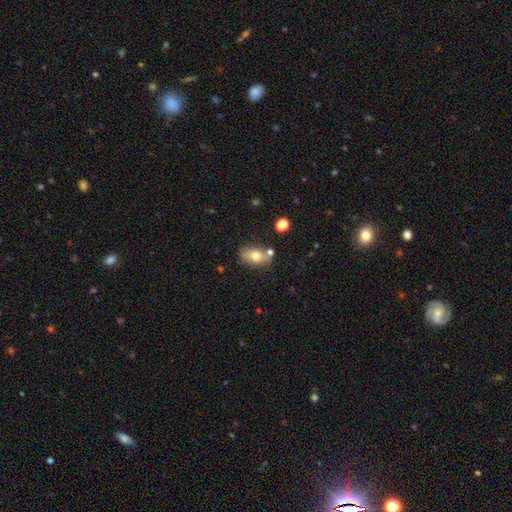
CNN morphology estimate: Q: Smooth or featured?
A: smooth (69%); runner-up: featured or disk (22%)
Q: How rounded?
A: in between (84%); runner-up: round (11%)
Q: Merging?
A: none (71%); runner-up: minor disturbance (14%)